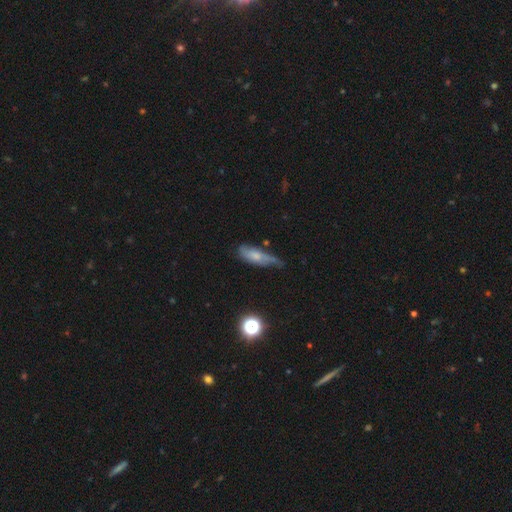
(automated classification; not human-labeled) A smooth galaxy with no disk features (56%) that is in between round and cigar-shaped (57%).

Vote fractions:
- Smooth or featured? smooth: 56% / featured or disk: 34% / star or artifact: 11%
- How rounded? in between: 57% / cigar-shaped: 39% / round: 4%
- Merging? minor disturbance: 41% / none: 38% / major disturbance: 16% / merger: 5%